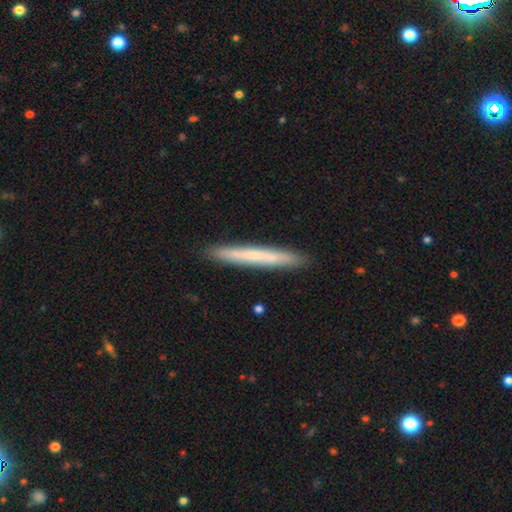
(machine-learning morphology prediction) A smooth galaxy with no disk features (60%) that is cigar-shaped (97%). Merging: none (92%).